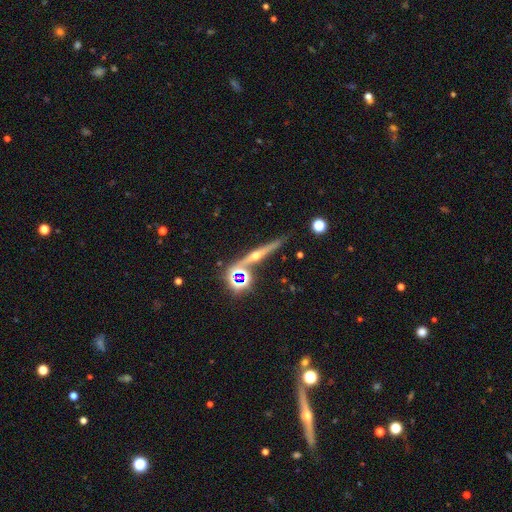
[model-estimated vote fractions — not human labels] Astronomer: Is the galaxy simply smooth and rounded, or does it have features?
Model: featured or disk — 69%.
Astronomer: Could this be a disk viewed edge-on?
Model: yes — 95%.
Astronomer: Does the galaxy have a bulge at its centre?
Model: rounded — 93%.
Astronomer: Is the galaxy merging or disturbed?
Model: none — 80%.